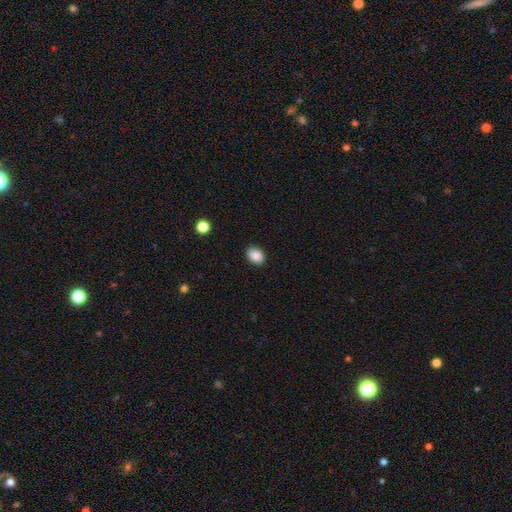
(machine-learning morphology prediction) This is clearly a smooth galaxy (88%). How rounded: likely in between (70%). Merging: clearly none (88%).